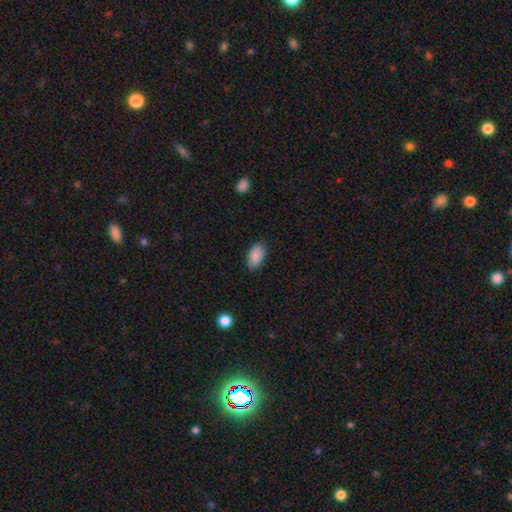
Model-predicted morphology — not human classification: Overall: smooth (88%). How rounded: in between (93%). Merging: none (85%).